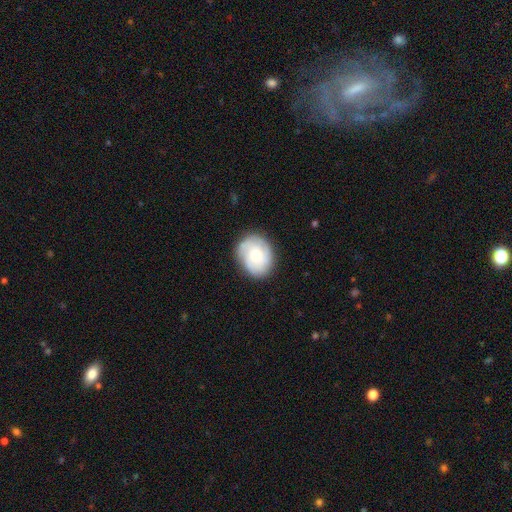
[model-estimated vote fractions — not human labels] A smooth galaxy with no disk features (47%). Merging: none (78%).